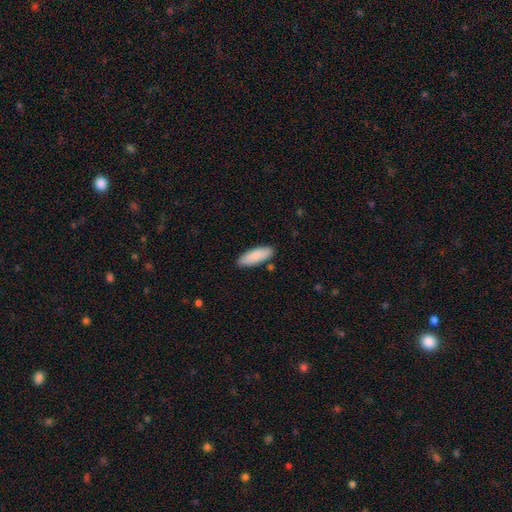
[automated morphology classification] Smooth or featured? smooth (88%)
How rounded? in between (62%)
Merging? none (86%)